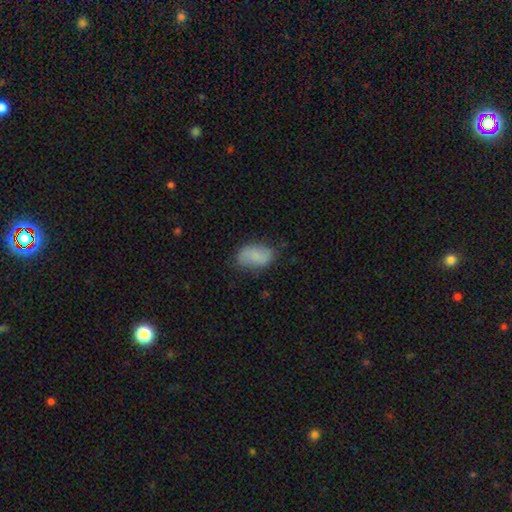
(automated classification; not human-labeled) This appears to be a smooth galaxy with no disk features (73%) that is in between round and cigar-shaped (91%). Merging: none (71%).